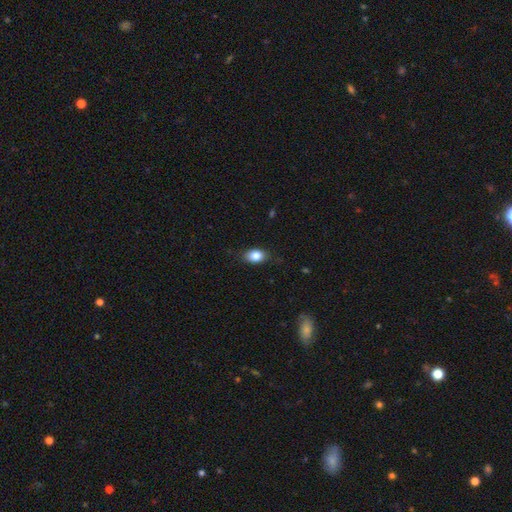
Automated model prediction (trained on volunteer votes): smooth 84%, star or artifact 8%, featured or disk 7%. Down the decision tree: how rounded — in between (81%); merging — none (85%).